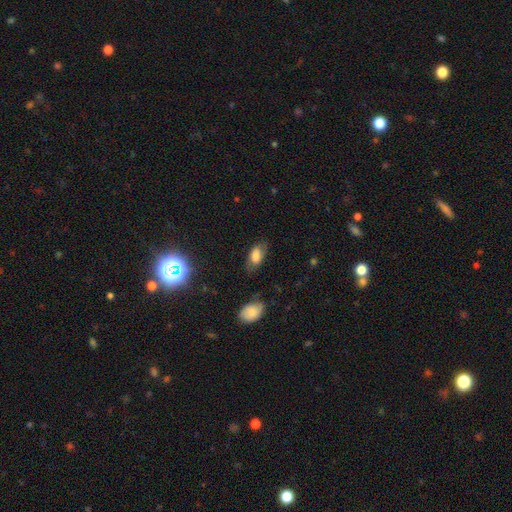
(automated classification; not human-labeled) A smooth galaxy with no disk features (72%) that is in between round and cigar-shaped (91%).

Vote fractions:
- Smooth or featured? smooth: 72% / featured or disk: 18% / star or artifact: 10%
- How rounded? in between: 91% / cigar-shaped: 5% / round: 4%
- Merging? none: 70% / minor disturbance: 21% / major disturbance: 7% / merger: 2%